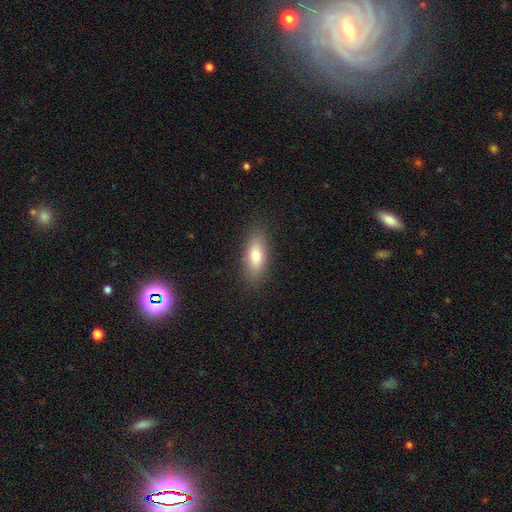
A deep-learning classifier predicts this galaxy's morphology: Q: Smooth or featured?
A: smooth (77%); runner-up: featured or disk (16%)
Q: How rounded?
A: in between (73%); runner-up: cigar-shaped (24%)
Q: Merging?
A: none (87%); runner-up: minor disturbance (9%)